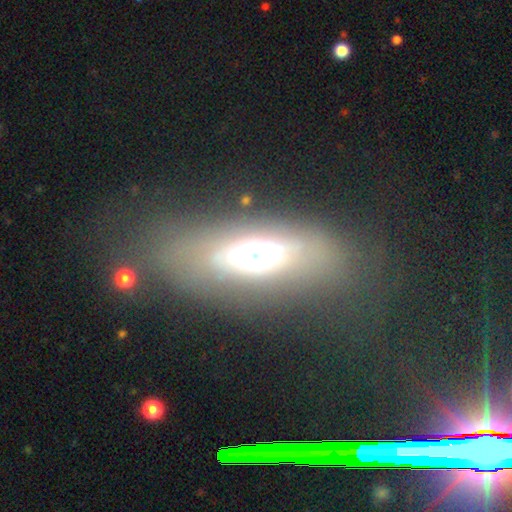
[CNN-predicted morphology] type=featured or disk (44%); merging=none (72%).